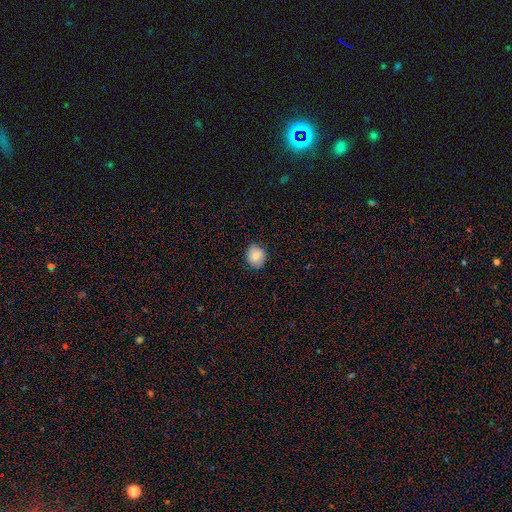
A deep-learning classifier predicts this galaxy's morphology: type=smooth (83%); roundness=round (70%); merging=none (87%).